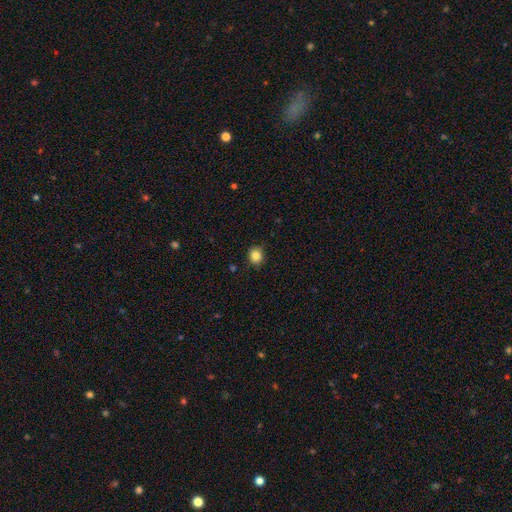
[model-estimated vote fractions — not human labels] The model was most divided on "how rounded": round: 75%, in between: 24%, cigar-shaped: 1%. More confident: merging — none (87%); smooth or featured — smooth (85%).